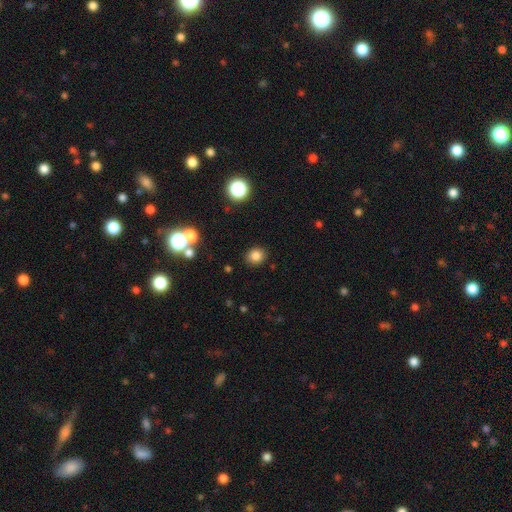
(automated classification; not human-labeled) smooth 81%, star or artifact 13%, featured or disk 5%. Down the decision tree: how rounded — round (69%); merging — none (88%).